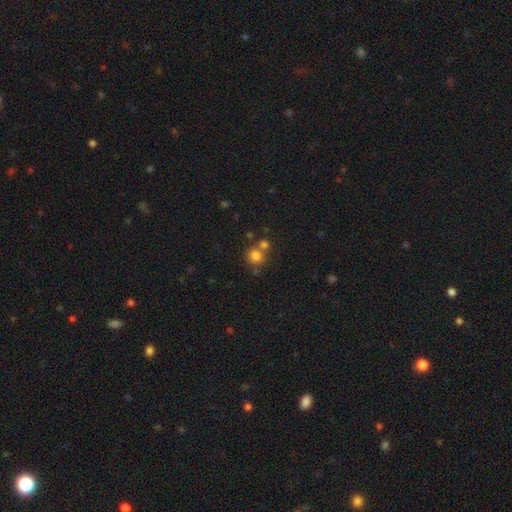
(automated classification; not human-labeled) smooth-or-featured: smooth: 78% | star or artifact: 14% | featured or disk: 8%
  how-rounded: round: 87% | in between: 12% | cigar-shaped: 1%
  merging: none: 59% | merger: 30% | minor disturbance: 8% | major disturbance: 3%